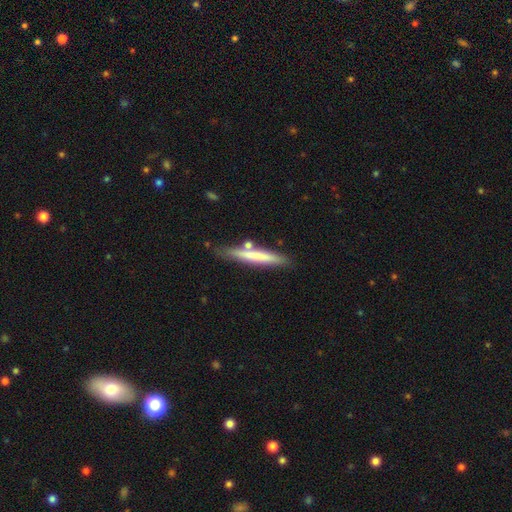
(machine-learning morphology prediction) smooth 61%, featured or disk 33%, star or artifact 6%. Down the decision tree: how rounded — cigar-shaped (94%); merging — none (75%).